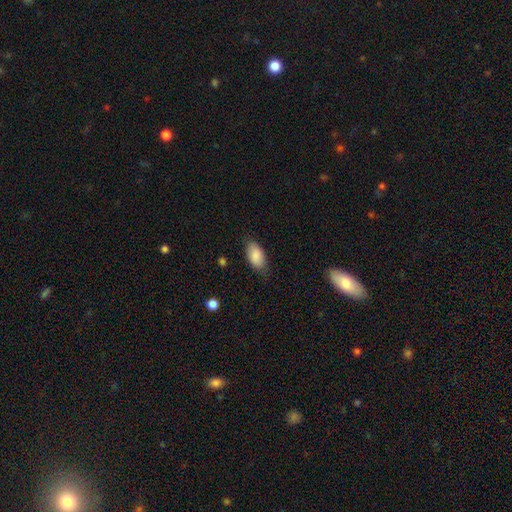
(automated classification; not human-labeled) Smooth or featured: smooth — 86% (featured or disk — 7%)
How rounded: in between — 93% (round — 4%)
Merging: none — 77% (minor disturbance — 18%)